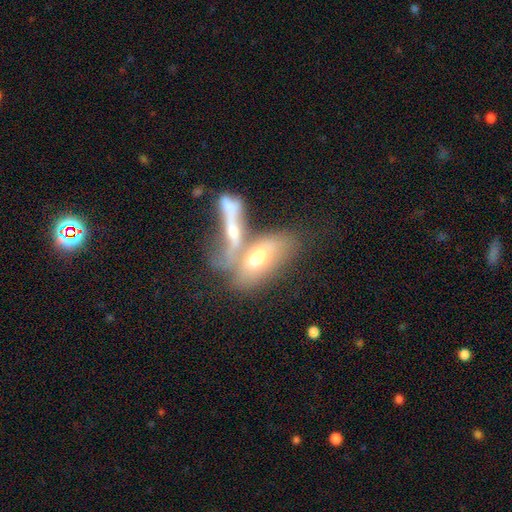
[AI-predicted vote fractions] Overall: featured or disk (50%; smooth 40%). Merging: merger (63%).